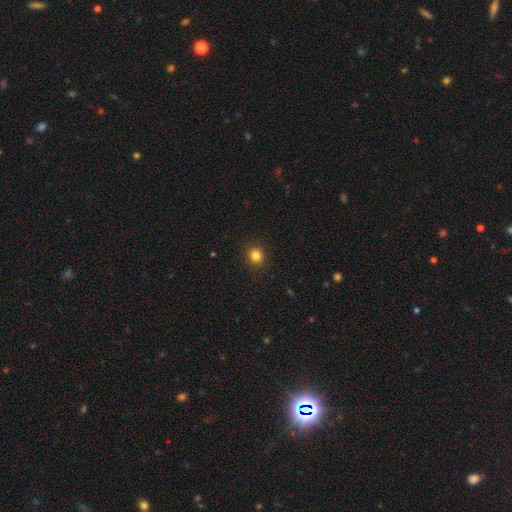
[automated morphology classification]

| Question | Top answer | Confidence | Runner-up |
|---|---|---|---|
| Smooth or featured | smooth | 83% | star or artifact (12%) |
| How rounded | round | 90% | in between (9%) |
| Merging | none | 92% | minor disturbance (5%) |